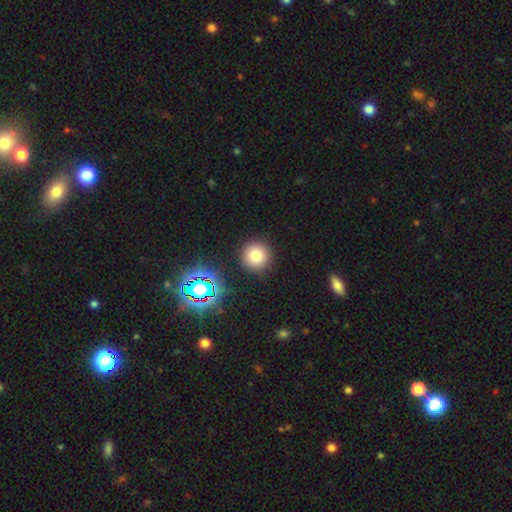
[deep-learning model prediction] A smooth galaxy with no disk features (77%) that is round (95%). Merging: none (90%).